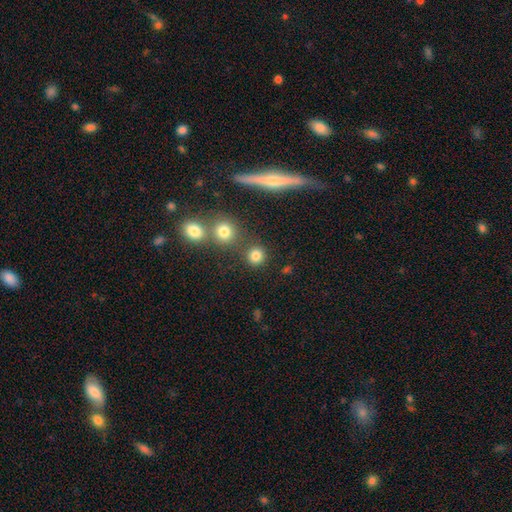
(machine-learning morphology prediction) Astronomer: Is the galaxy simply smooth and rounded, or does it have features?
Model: smooth — 80%.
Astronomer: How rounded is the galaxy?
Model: round — 91%.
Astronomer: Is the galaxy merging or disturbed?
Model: none — 78%.